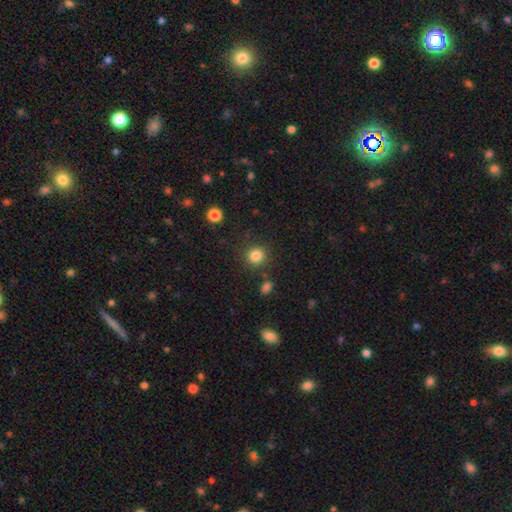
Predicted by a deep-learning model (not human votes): smooth_or_featured: smooth (p=0.84) [alt: star or artifact p=0.12]
how_rounded: round (p=0.88) [alt: in between p=0.11]
merging: none (p=0.85) [alt: minor disturbance p=0.08]